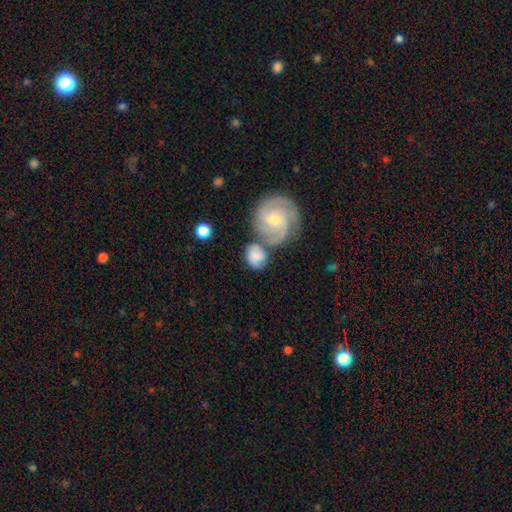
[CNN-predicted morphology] smooth 48%, featured or disk 44%, star or artifact 7%. Down the decision tree: merging — none (46%).